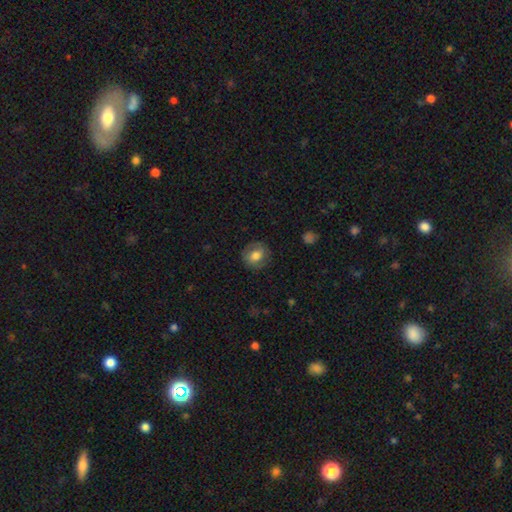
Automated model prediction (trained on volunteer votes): smooth 72%, featured or disk 19%, star or artifact 8%. Down the decision tree: how rounded — round (78%); merging — none (82%).